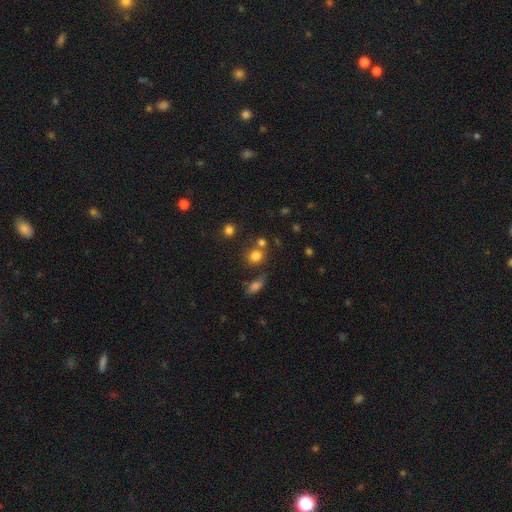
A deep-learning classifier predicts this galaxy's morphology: Smooth or featured? smooth (78%)
How rounded? round (77%)
Merging? none (63%)